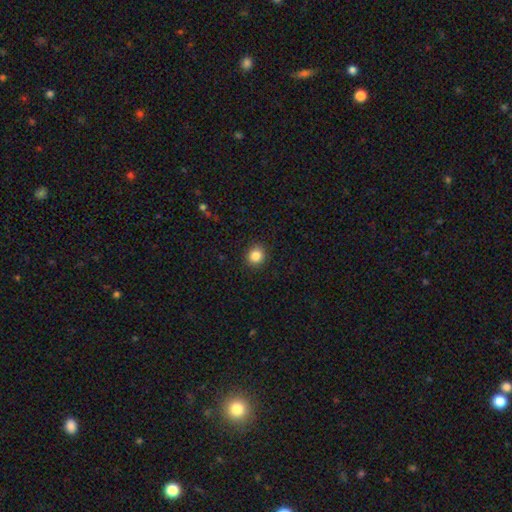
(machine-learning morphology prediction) A smooth galaxy with no disk features (85%) that is round (89%). Merging: none (91%).